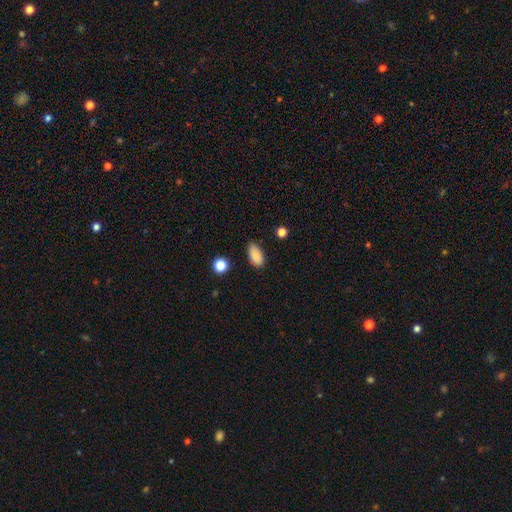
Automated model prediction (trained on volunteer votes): Morphology: type=smooth (87%); roundness=in between (90%); merging=none (78%).